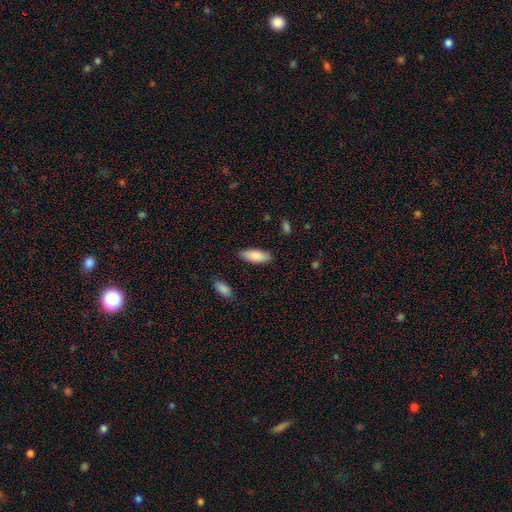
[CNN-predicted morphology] A smooth galaxy with no disk features (86%) that is in between round and cigar-shaped (78%). Merging: none (86%).